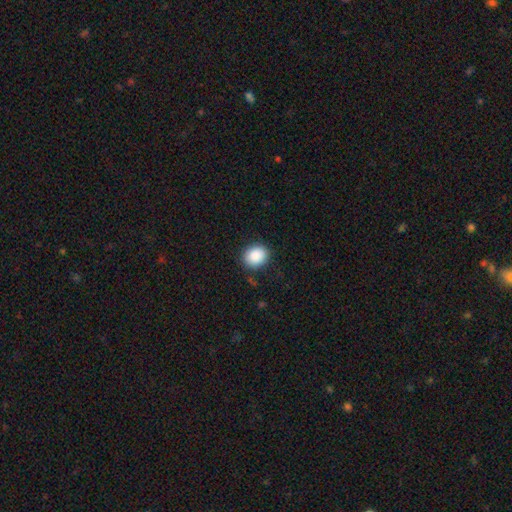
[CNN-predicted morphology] Overall: smooth (89%). How rounded: round (64%; in between 35%). Merging: none (87%).